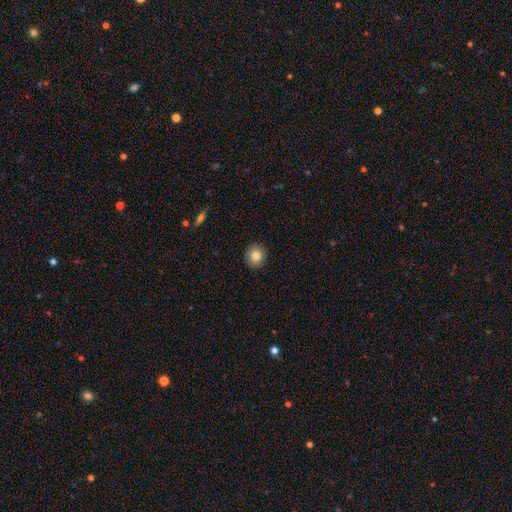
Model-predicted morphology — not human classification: Smooth or featured? smooth (84%)
How rounded? round (78%)
Merging? none (91%)